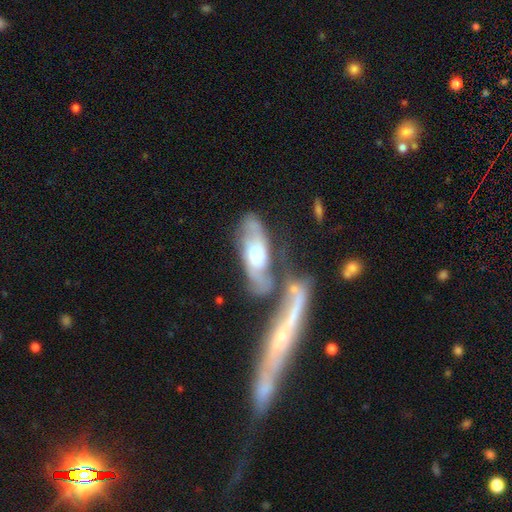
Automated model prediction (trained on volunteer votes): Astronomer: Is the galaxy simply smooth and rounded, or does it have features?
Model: featured or disk — 72%.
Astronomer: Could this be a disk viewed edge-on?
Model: no — 78%.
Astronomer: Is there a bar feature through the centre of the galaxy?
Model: no — 57%.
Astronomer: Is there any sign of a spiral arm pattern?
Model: yes — 81%.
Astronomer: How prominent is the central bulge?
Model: moderate — 58%.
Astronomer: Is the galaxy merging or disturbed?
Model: merger — 40% (runner-up: none, 34%).